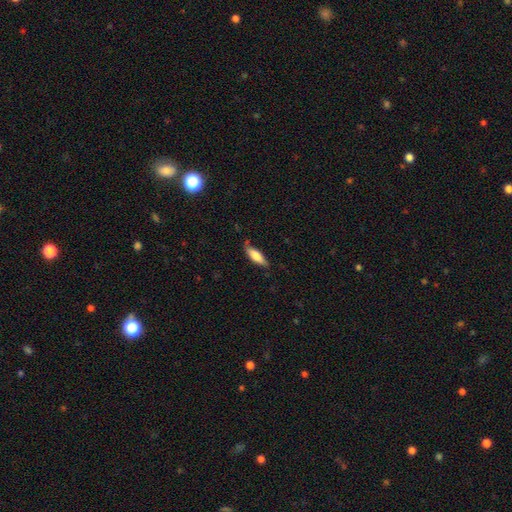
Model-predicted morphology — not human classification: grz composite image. It shows a smooth galaxy with no disk features (74%) that is in between round and cigar-shaped (52%). Merging: none (74%).